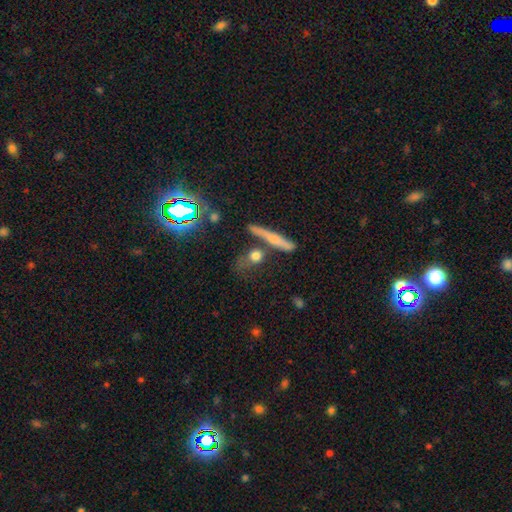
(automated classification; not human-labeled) This appears to be a smooth galaxy with no disk features (67%) that is round (50%). Merging: none (57%).